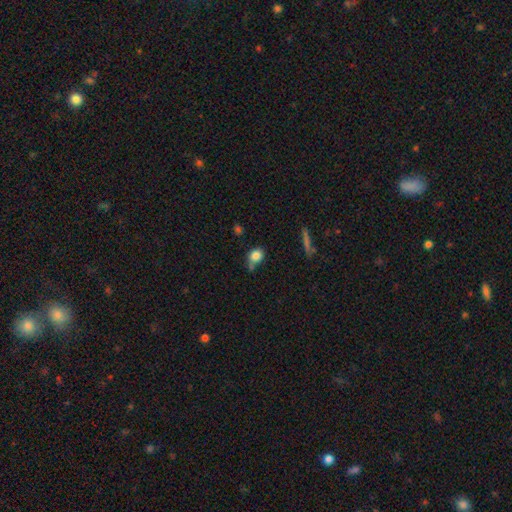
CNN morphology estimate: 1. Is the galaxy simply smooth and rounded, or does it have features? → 82% smooth, 10% star or artifact, 8% featured or disk.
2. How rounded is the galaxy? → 60% round, 38% in between, 2% cigar-shaped.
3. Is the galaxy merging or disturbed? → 53% none, 25% minor disturbance, 14% merger, 8% major disturbance.